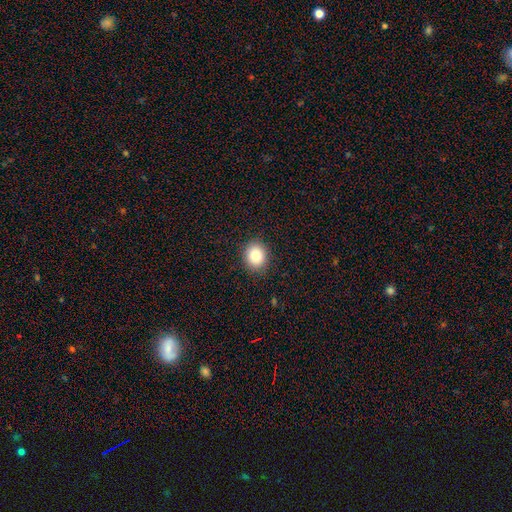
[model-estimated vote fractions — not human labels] The model was most divided on "how rounded": round: 68%, in between: 31%, cigar-shaped: 1%. More confident: merging — none (89%); smooth or featured — smooth (83%).